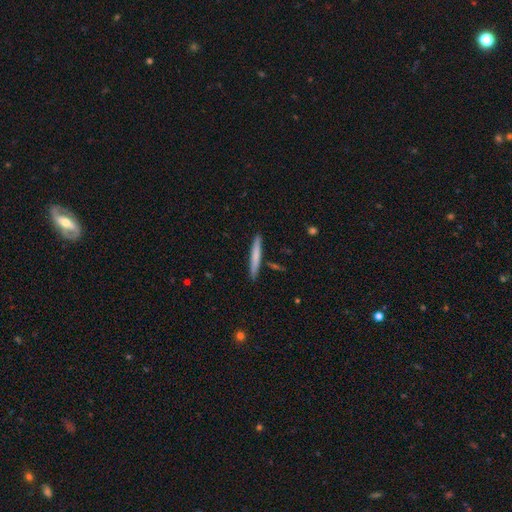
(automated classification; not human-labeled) smooth 69%, featured or disk 26%, star or artifact 5%. Down the decision tree: how rounded — cigar-shaped (96%); merging — none (89%).